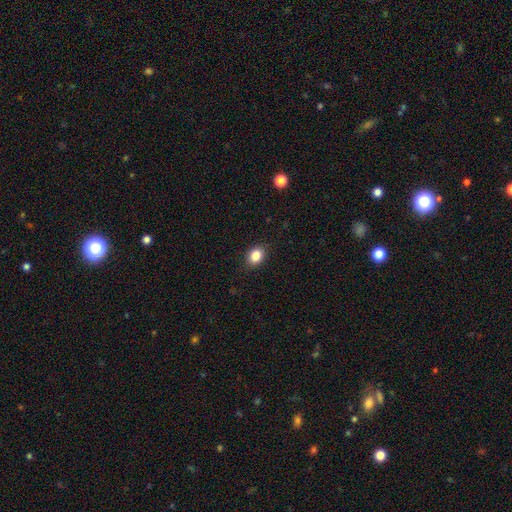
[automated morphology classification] Smooth or featured?
  - smooth: 84% *
  - star or artifact: 10%
  - featured or disk: 6%
How rounded?
  - in between: 61% *
  - round: 38%
  - cigar-shaped: 1%
Merging?
  - none: 88% *
  - minor disturbance: 9%
  - major disturbance: 2%
  - merger: 1%